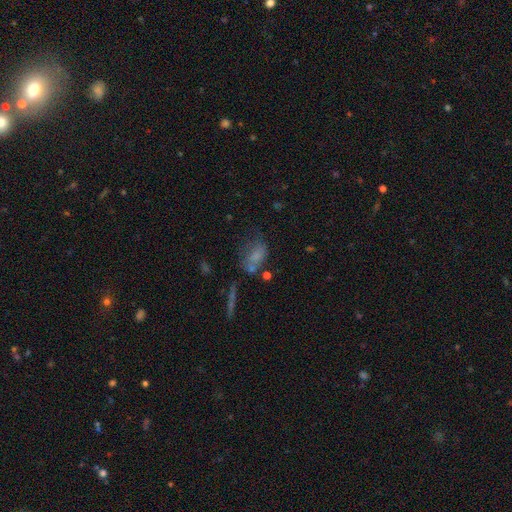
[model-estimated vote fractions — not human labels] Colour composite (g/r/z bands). It shows a smooth galaxy with no disk features (66%) that is in between round and cigar-shaped (82%). Merging: none (37%).